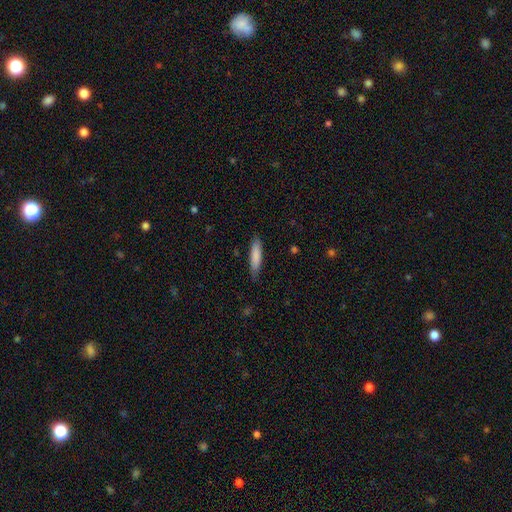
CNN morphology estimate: This is clearly a smooth galaxy (83%). How rounded: likely cigar-shaped (77%). Merging: clearly none (83%).